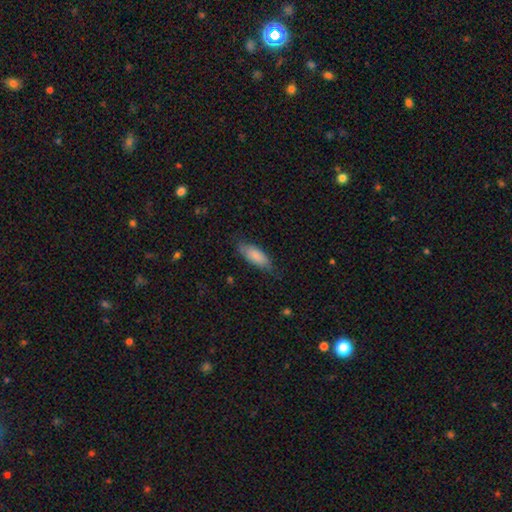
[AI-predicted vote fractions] This appears to be a smooth galaxy with no disk features (84%) that is in between round and cigar-shaped (78%). Merging: none (71%).